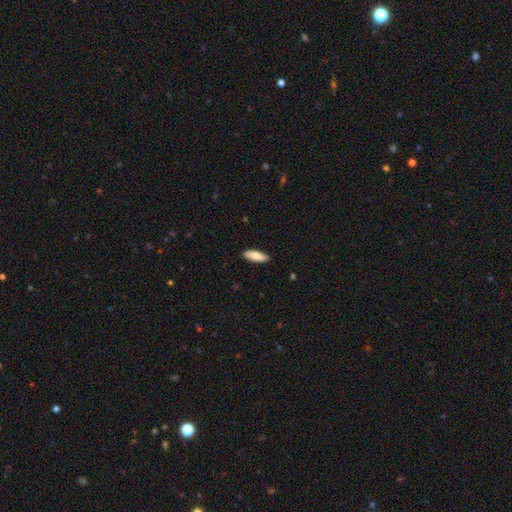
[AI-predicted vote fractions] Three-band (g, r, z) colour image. It shows a smooth galaxy with no disk features (83%) that is in between round and cigar-shaped (57%). Merging: none (88%).